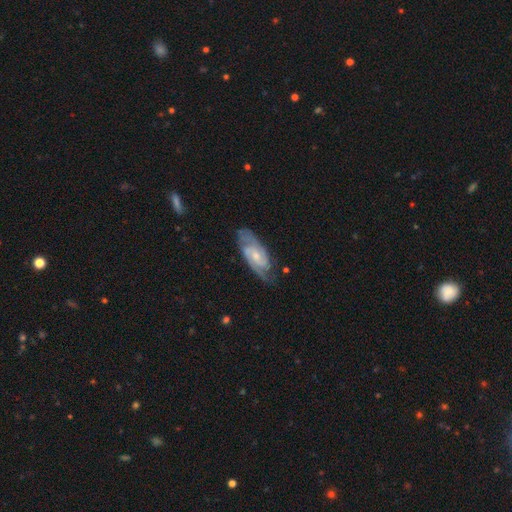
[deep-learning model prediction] Smooth or featured? Predicted: featured or disk (p=0.85). Edge-on disk? Predicted: no (p=0.94). Bar? Predicted: no (p=0.50). Spiral arms? Predicted: yes (p=0.97). Spiral winding? Predicted: tight (p=0.47). Spiral arm count? Predicted: 2 (p=0.67). Bulge size? Predicted: small (p=0.56). Merging? Predicted: none (p=0.73).